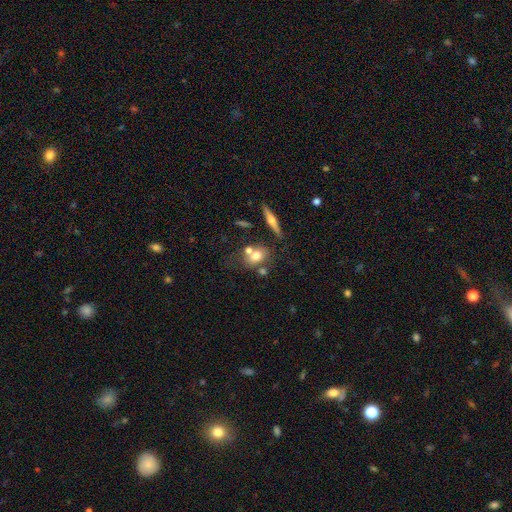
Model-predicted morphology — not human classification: This is likely a smooth galaxy (66%). How rounded: possibly in between (58%). Merging: possibly none (48%).